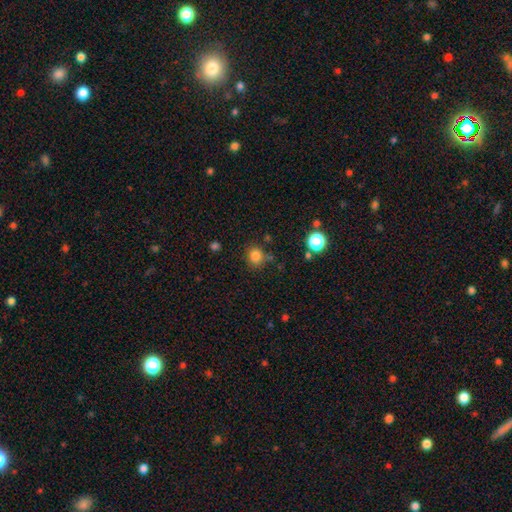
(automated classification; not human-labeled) This is clearly a smooth galaxy (81%). How rounded: likely round (73%). Merging: likely none (71%).